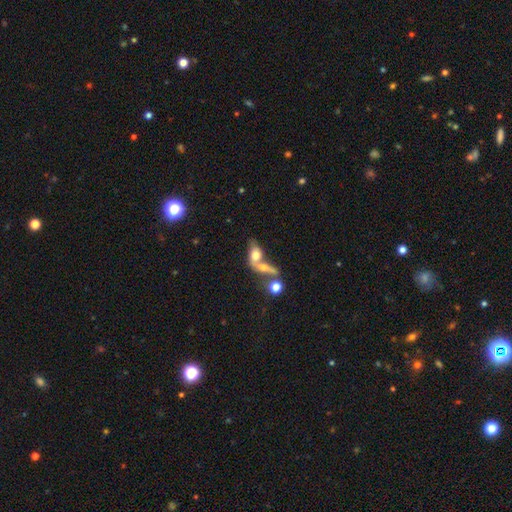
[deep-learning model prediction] Morphology: type=smooth (54%); roundness=in between (71%); merging=merger (69%).